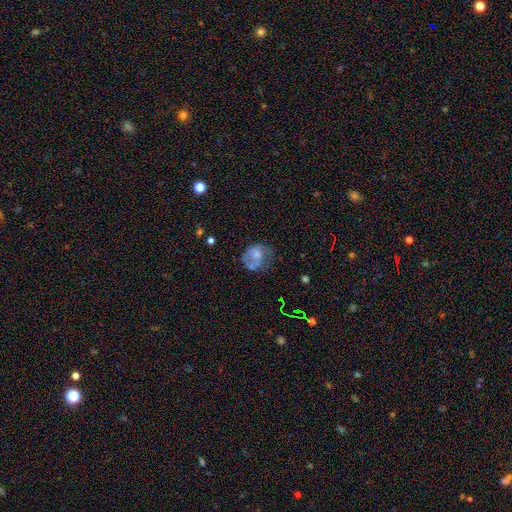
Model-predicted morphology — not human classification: Q: Smooth or featured?
A: smooth (52%); runner-up: featured or disk (38%)
Q: How rounded?
A: round (61%); runner-up: in between (38%)
Q: Merging?
A: none (36%); runner-up: major disturbance (28%)